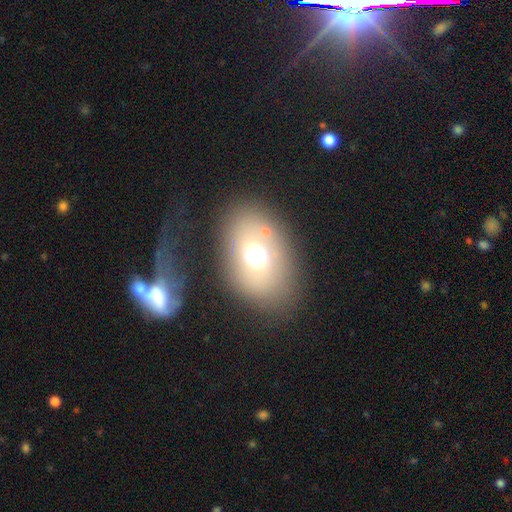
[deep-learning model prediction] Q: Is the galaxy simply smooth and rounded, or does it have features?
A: smooth — 64%.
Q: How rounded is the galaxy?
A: in between — 72%.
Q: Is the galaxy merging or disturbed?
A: none — 75%.